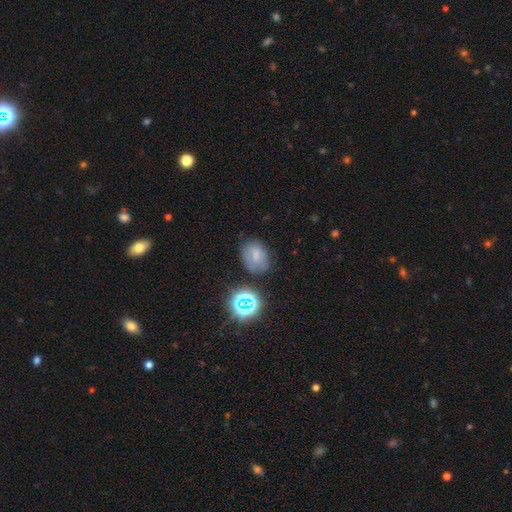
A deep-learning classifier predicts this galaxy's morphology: A smooth galaxy with no disk features (54%) that is in between round and cigar-shaped (61%). Merging: none (63%).